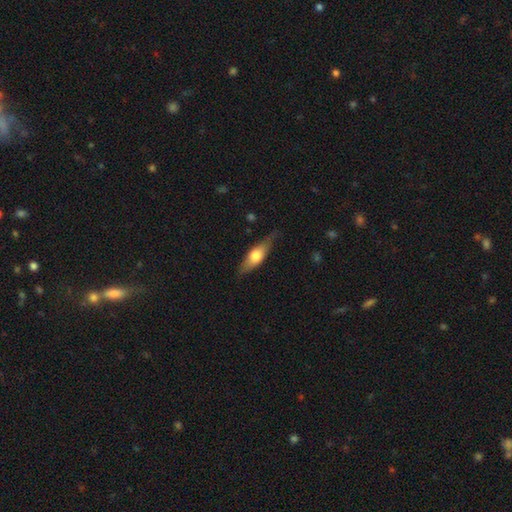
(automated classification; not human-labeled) The model was most divided on "smooth or featured": smooth: 52%, featured or disk: 42%, star or artifact: 5%. More confident: merging — none (74%); how rounded — in between (55%).